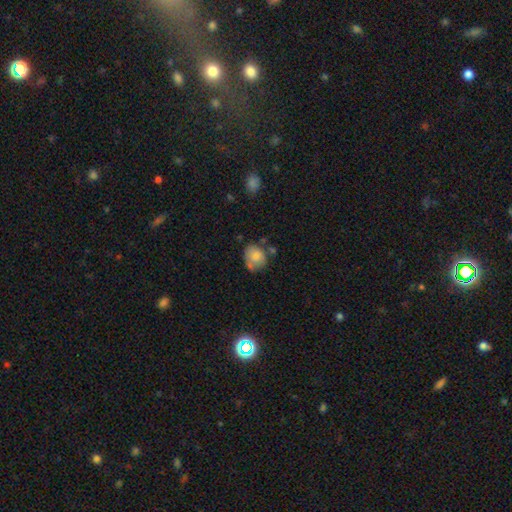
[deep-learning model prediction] smooth 77%, featured or disk 15%, star or artifact 8%. Down the decision tree: how rounded — round (66%); merging — none (51%).